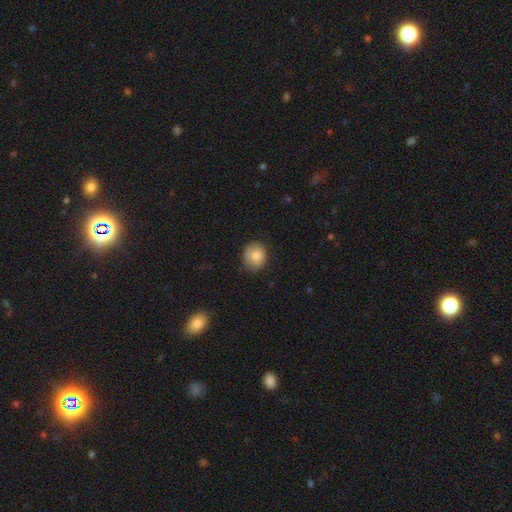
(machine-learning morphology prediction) Smooth or featured? Predicted: smooth (p=0.81). How rounded? Predicted: round (p=0.70). Merging? Predicted: none (p=0.76).